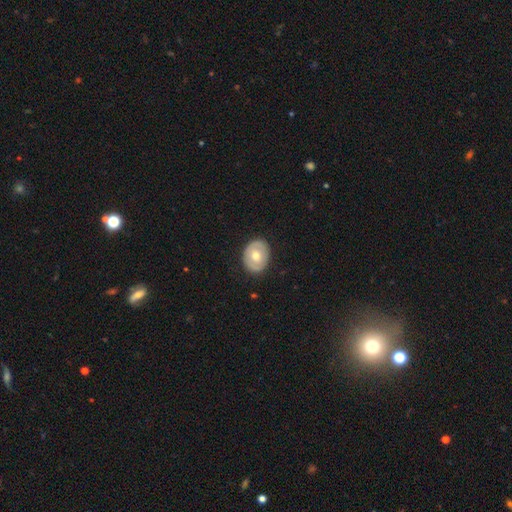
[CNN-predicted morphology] A smooth galaxy with no disk features (54%) that is in between round and cigar-shaped (51%).

Vote fractions:
- Smooth or featured? smooth: 54% / featured or disk: 40% / star or artifact: 6%
- How rounded? in between: 51% / round: 48% / cigar-shaped: 1%
- Merging? none: 86% / minor disturbance: 10% / major disturbance: 2% / merger: 1%